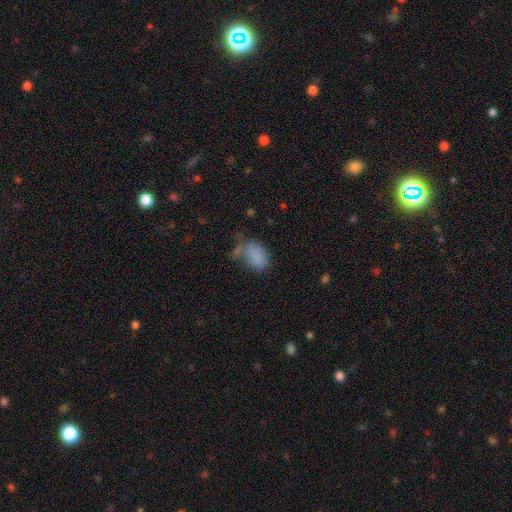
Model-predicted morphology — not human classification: Smooth or featured?
  - smooth: 80% *
  - star or artifact: 11%
  - featured or disk: 9%
How rounded?
  - in between: 86% *
  - round: 13%
  - cigar-shaped: 2%
Merging?
  - none: 38% *
  - minor disturbance: 26%
  - major disturbance: 22%
  - merger: 14%